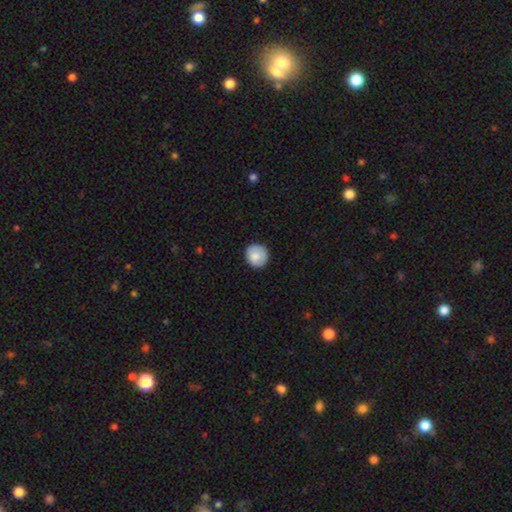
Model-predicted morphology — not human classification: Smooth or featured?
  - smooth: 87% *
  - star or artifact: 7%
  - featured or disk: 6%
How rounded?
  - round: 90% *
  - in between: 9%
  - cigar-shaped: 1%
Merging?
  - none: 87% *
  - minor disturbance: 10%
  - major disturbance: 2%
  - merger: 1%